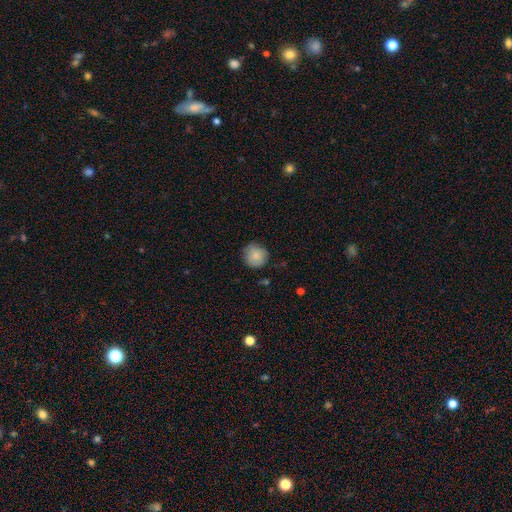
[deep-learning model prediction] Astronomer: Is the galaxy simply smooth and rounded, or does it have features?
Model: smooth — 85%.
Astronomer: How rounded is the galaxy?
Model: round — 92%.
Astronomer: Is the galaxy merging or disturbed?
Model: none — 79%.